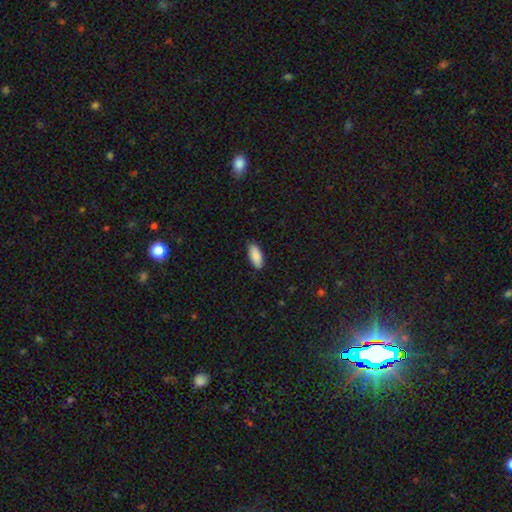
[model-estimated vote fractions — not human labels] Morphology: type=smooth (89%); roundness=in between (85%); merging=none (88%).